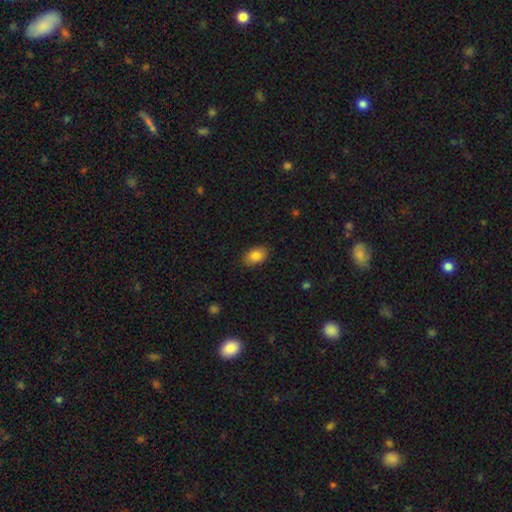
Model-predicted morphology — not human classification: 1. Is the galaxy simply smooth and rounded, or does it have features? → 85% smooth, 7% star or artifact, 7% featured or disk.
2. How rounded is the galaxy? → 90% in between, 9% round, 1% cigar-shaped.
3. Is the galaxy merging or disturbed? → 87% none, 10% minor disturbance, 2% major disturbance, 1% merger.